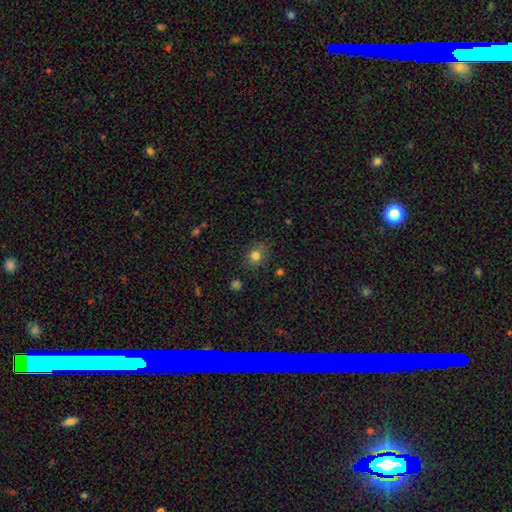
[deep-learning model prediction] smooth_or_featured: smooth (p=0.80) [alt: star or artifact p=0.13]
how_rounded: round (p=0.73) [alt: in between p=0.26]
merging: none (p=0.80) [alt: minor disturbance p=0.14]